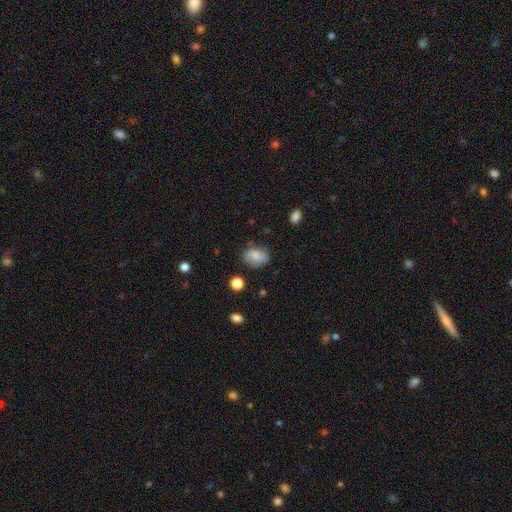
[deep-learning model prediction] smooth_or_featured: smooth (p=0.70) [alt: featured or disk p=0.21]
how_rounded: in between (p=0.66) [alt: round p=0.33]
merging: none (p=0.64) [alt: minor disturbance p=0.25]